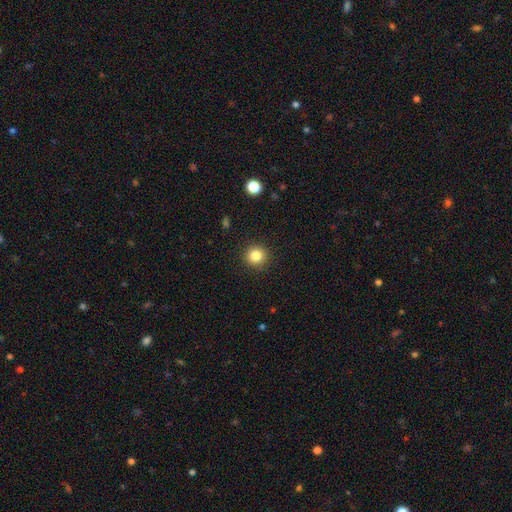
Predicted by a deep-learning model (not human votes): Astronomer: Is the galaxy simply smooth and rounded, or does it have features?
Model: smooth — 84%.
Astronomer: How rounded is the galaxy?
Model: round — 93%.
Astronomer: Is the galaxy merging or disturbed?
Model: none — 92%.